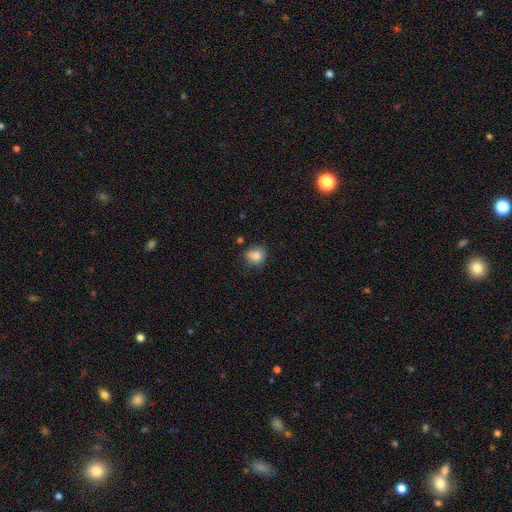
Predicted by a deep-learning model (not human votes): This is clearly a smooth galaxy (83%). How rounded: clearly round (82%). Merging: likely none (73%).